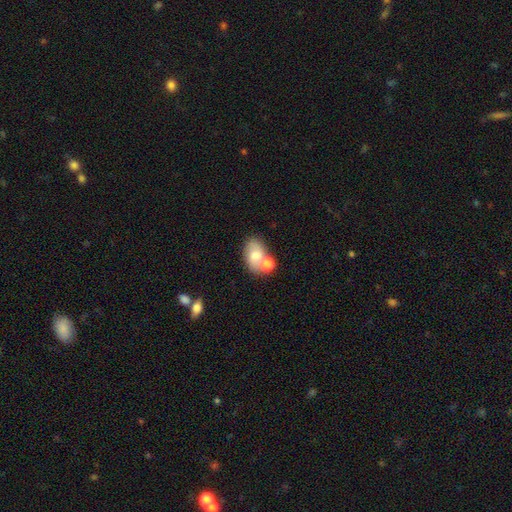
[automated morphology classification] The model was most divided on "merging": none: 45%, merger: 37%, minor disturbance: 13%, major disturbance: 5%. More confident: how rounded — in between (78%); smooth or featured — smooth (65%).